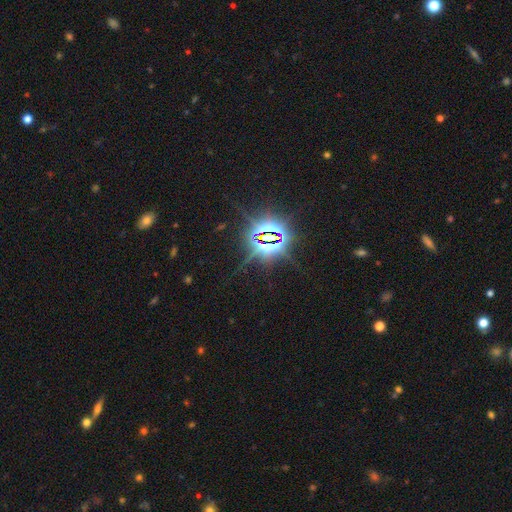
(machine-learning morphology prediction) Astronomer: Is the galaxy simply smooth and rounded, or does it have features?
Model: star or artifact — 85%.